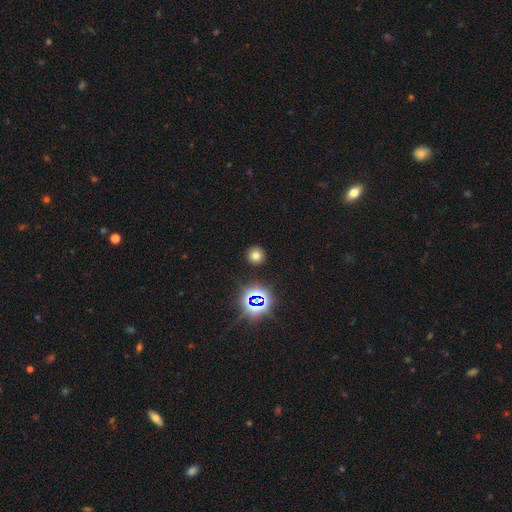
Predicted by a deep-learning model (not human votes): Morphology: type=smooth (69%); roundness=round (94%); merging=none (91%).